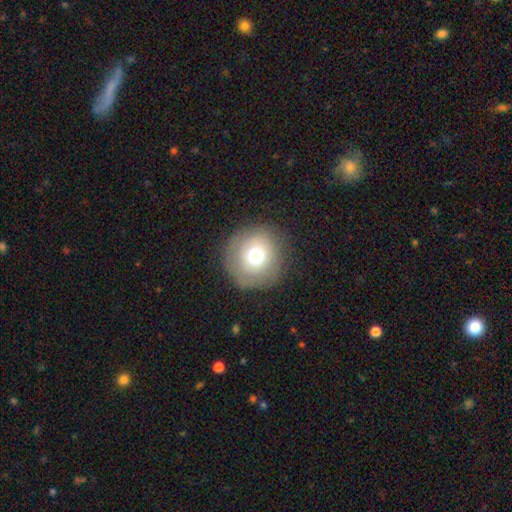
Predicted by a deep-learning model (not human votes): Smooth or featured?
  - smooth: 70% *
  - featured or disk: 18%
  - star or artifact: 13%
How rounded?
  - round: 95% *
  - in between: 4%
  - cigar-shaped: 1%
Merging?
  - none: 84% *
  - minor disturbance: 10%
  - major disturbance: 5%
  - merger: 1%